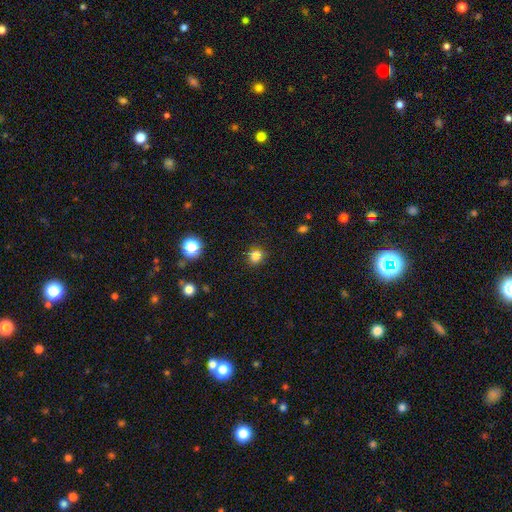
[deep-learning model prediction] smooth-or-featured: smooth: 83% | star or artifact: 13% | featured or disk: 4%
  how-rounded: round: 84% | in between: 15% | cigar-shaped: 1%
  merging: none: 87% | minor disturbance: 9% | major disturbance: 3% | merger: 1%